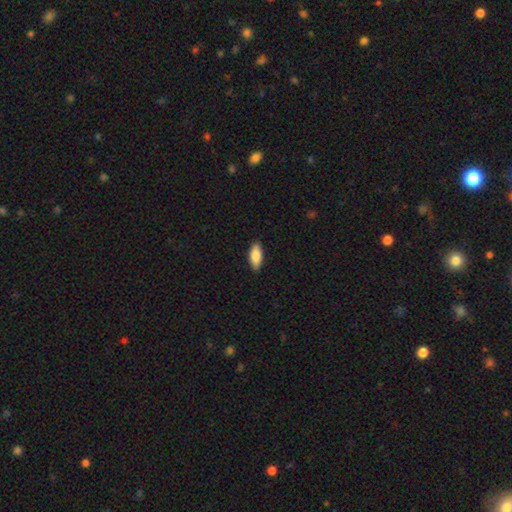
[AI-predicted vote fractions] A smooth galaxy with no disk features (85%) that is in between round and cigar-shaped (82%). Merging: none (87%).